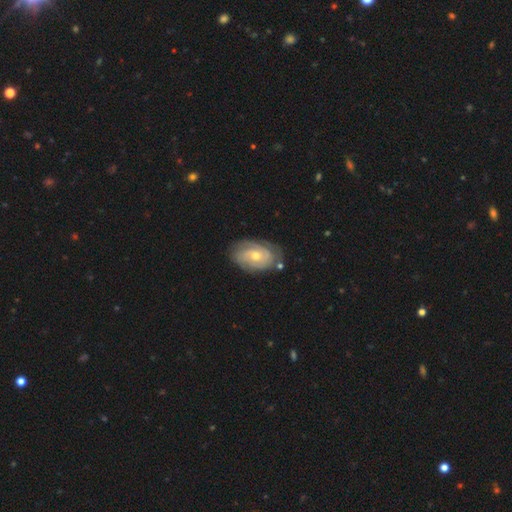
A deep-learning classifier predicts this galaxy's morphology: Smooth or featured? Predicted: featured or disk (p=0.73). Edge-on disk? Predicted: no (p=0.95). Bar? Predicted: no (p=0.70). Spiral arms? Predicted: yes (p=0.87). Spiral winding? Predicted: tight (p=0.64). Spiral arm count? Predicted: can't tell (p=0.38). Bulge size? Predicted: moderate (p=0.58). Merging? Predicted: none (p=0.71).